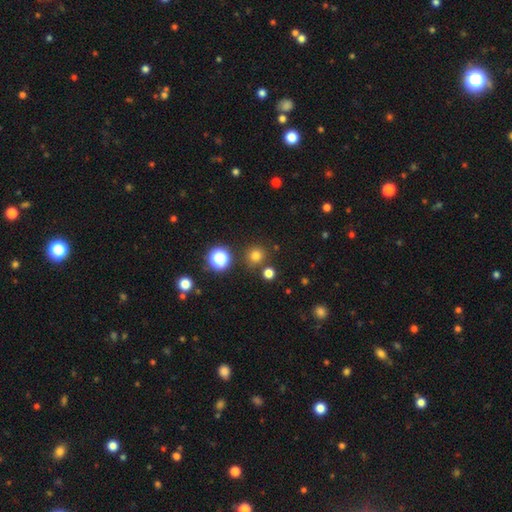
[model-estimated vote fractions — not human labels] The model was most divided on "smooth or featured": smooth: 74%, star or artifact: 21%, featured or disk: 5%. More confident: how rounded — round (94%); merging — none (84%).